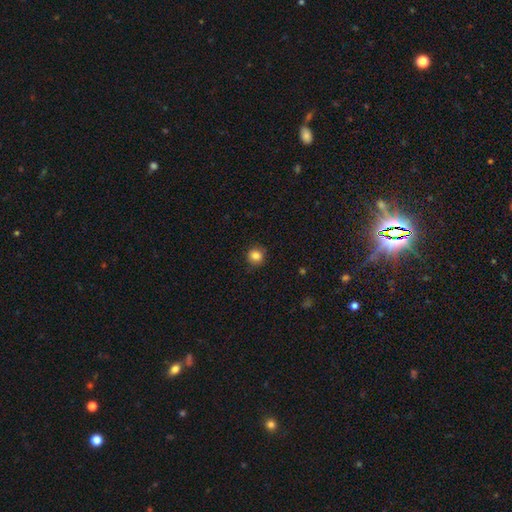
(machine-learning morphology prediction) type=smooth (84%); roundness=round (92%); merging=none (89%).